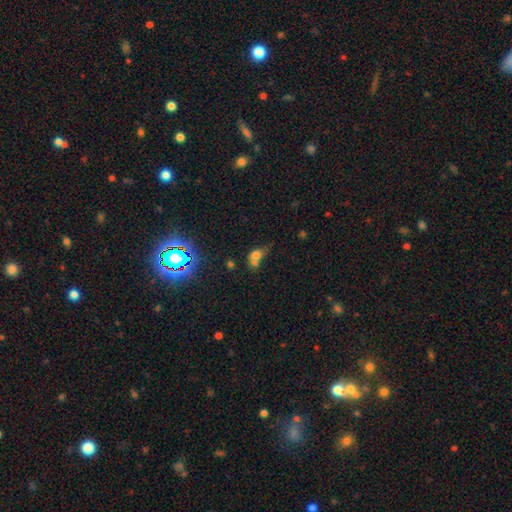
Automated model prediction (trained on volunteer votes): This appears to be a smooth galaxy with no disk features (63%) that is in between round and cigar-shaped (61%). Merging: merger (51%).